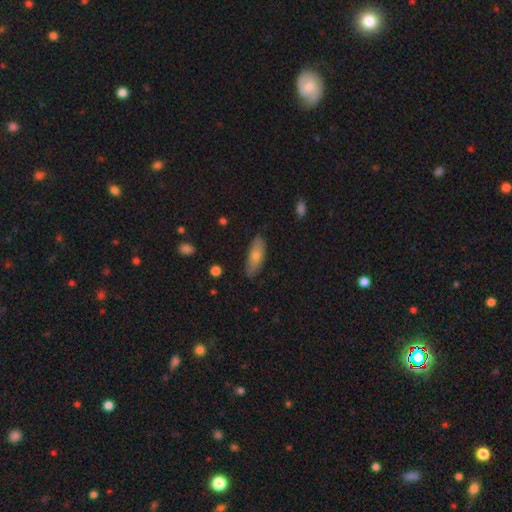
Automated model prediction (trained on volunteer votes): smooth 67%, featured or disk 26%, star or artifact 7%. Down the decision tree: how rounded — in between (64%); merging — none (83%).